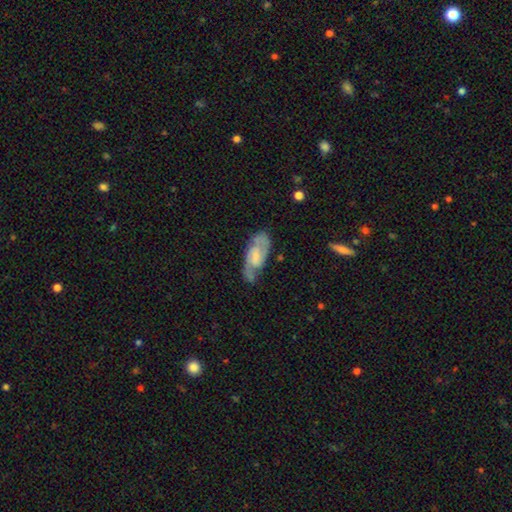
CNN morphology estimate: A featured or disk galaxy (80%) with a weak bar (52%), 2 (86%) medium (52%) spiral arms (94%) and a small central bulge (44%). Merging: none (72%).